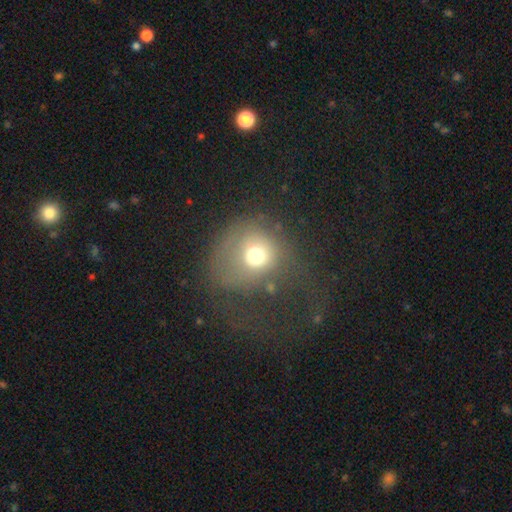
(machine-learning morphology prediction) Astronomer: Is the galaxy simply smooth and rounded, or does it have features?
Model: smooth — 64%.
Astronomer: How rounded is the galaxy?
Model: round — 82%.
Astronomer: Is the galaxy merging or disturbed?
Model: none — 42% (runner-up: major disturbance, 36%).